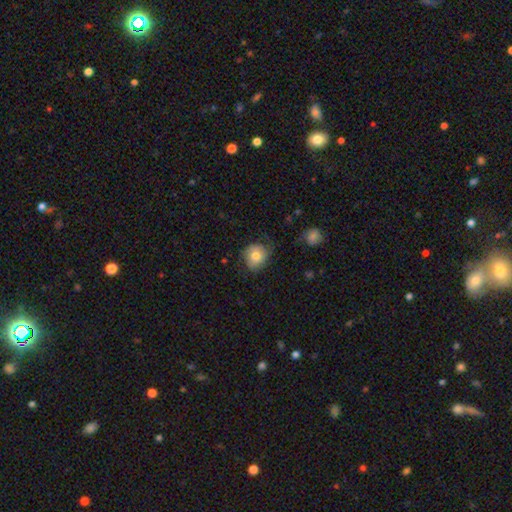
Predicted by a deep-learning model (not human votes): This is likely a smooth galaxy (70%). How rounded: likely round (73%). Merging: possibly none (56%).